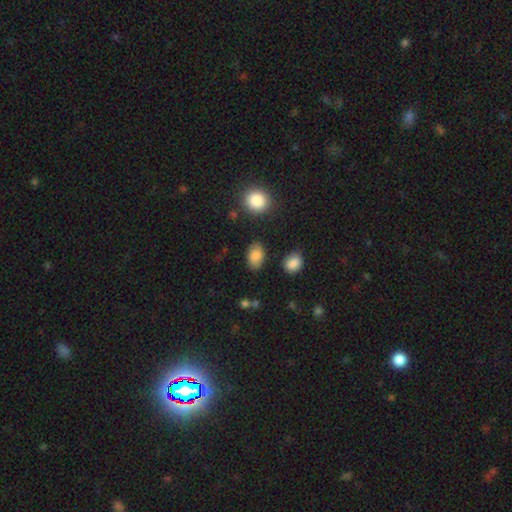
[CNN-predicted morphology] Smooth or featured?
  - smooth: 85% *
  - star or artifact: 8%
  - featured or disk: 7%
How rounded?
  - in between: 87% *
  - round: 11%
  - cigar-shaped: 1%
Merging?
  - none: 83% *
  - minor disturbance: 12%
  - major disturbance: 3%
  - merger: 3%